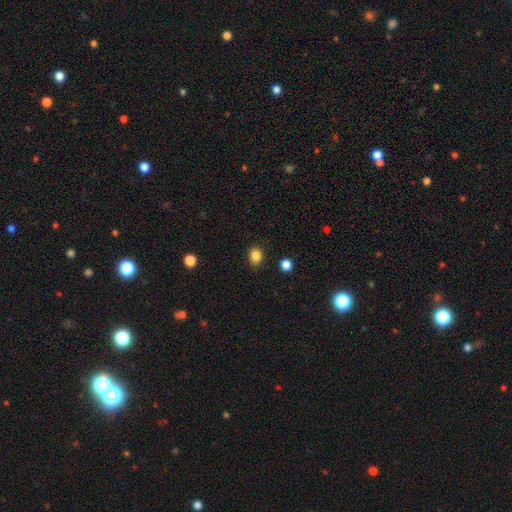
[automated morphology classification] A smooth galaxy with no disk features (85%) that is round (51%).

Vote fractions:
- Smooth or featured? smooth: 85% / star or artifact: 11% / featured or disk: 4%
- How rounded? round: 51% / in between: 48% / cigar-shaped: 1%
- Merging? none: 86% / minor disturbance: 10% / major disturbance: 2% / merger: 2%